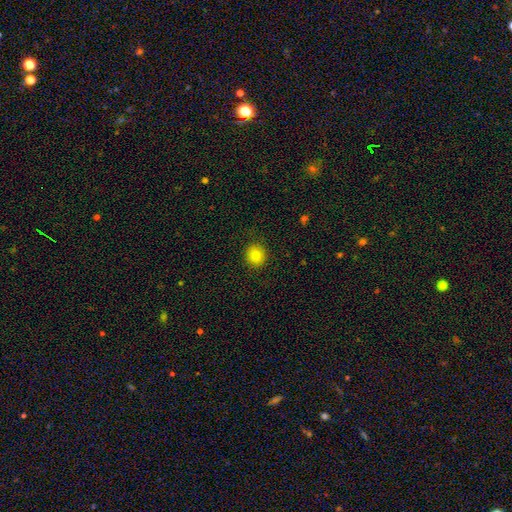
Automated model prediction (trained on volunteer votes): Q: Smooth or featured?
A: smooth (81%); runner-up: star or artifact (11%)
Q: How rounded?
A: round (85%); runner-up: in between (14%)
Q: Merging?
A: none (89%); runner-up: minor disturbance (7%)